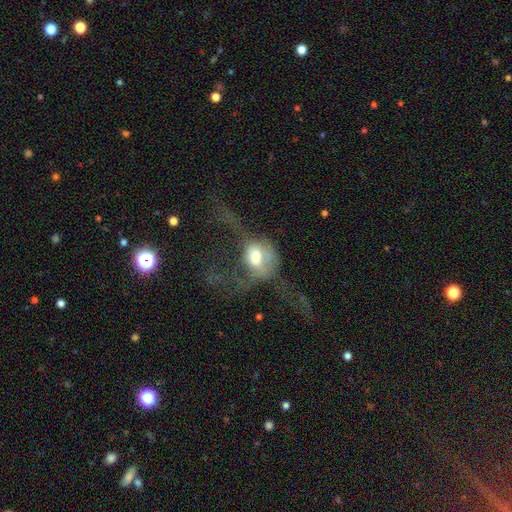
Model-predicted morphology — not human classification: Smooth or featured: smooth — 49% (featured or disk — 41%)
Merging: major disturbance — 67% (none — 15%)